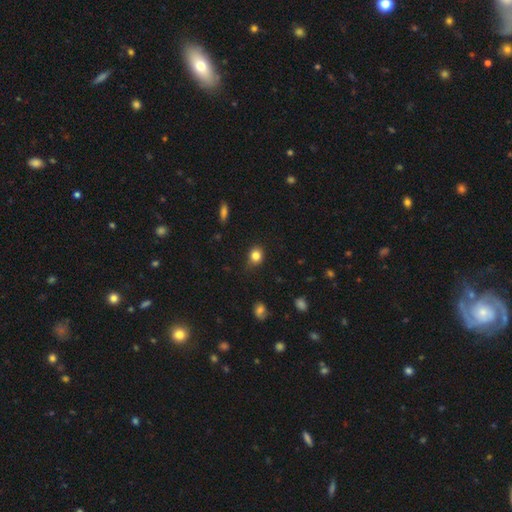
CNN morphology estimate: type=smooth (83%); roundness=round (69%); merging=none (75%).